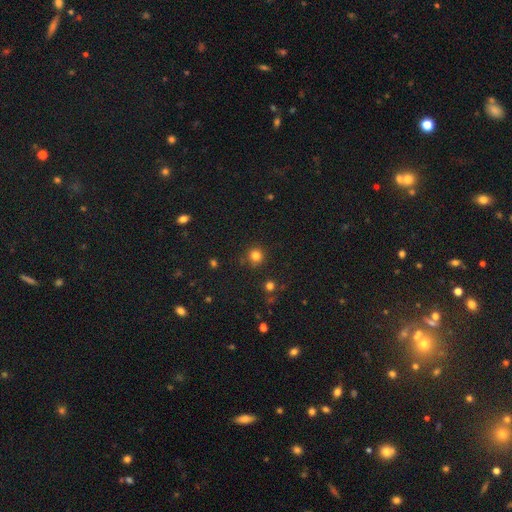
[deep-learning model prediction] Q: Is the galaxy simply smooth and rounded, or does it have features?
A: smooth — 80%.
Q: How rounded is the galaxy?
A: round — 93%.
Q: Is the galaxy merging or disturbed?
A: none — 85%.